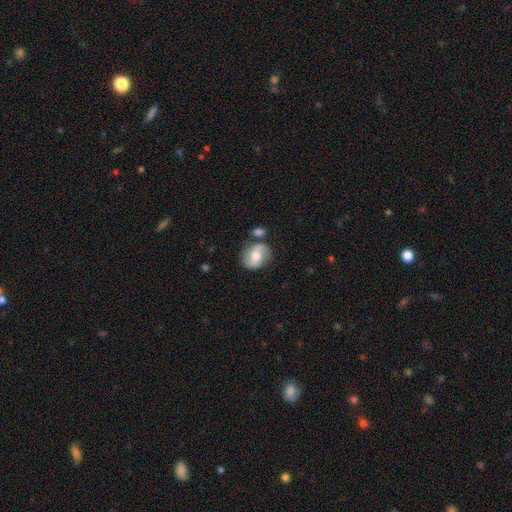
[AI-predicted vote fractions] This appears to be a featured or disk galaxy (56%) with no bar (44%), spiral arms (83%) and a moderate central bulge (71%). Merging: none (72%).